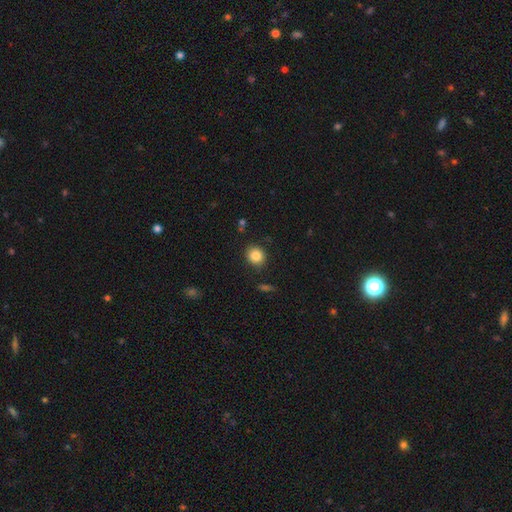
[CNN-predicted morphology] smooth 85%, star or artifact 10%, featured or disk 5%. Down the decision tree: how rounded — round (80%); merging — none (87%).